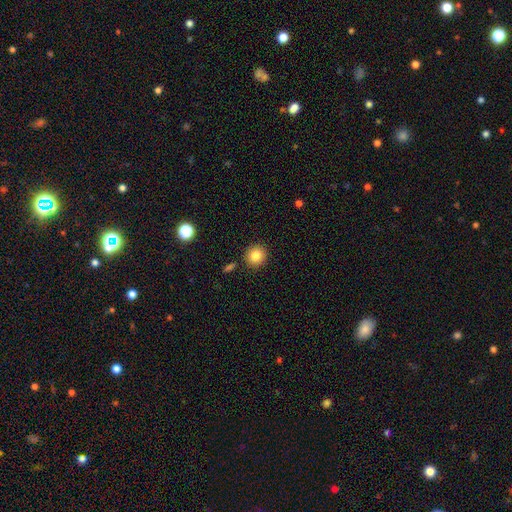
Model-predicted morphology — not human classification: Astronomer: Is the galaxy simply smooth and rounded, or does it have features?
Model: smooth — 85%.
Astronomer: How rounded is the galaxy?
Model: round — 89%.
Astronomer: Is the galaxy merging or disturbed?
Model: none — 88%.